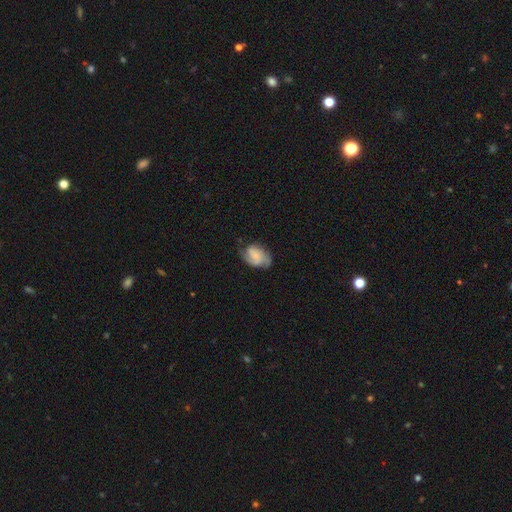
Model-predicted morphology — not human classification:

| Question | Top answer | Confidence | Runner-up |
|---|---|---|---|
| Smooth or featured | featured or disk | 62% | smooth (30%) |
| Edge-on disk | no | 97% | yes (3%) |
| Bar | no | 58% | weak (35%) |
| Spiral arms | yes | 90% | no (10%) |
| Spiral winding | medium | 42% | tight (38%) |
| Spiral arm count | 2 | 53% | can't tell (20%) |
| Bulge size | small | 41% | none (36%) |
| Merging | none | 58% | minor disturbance (27%) |